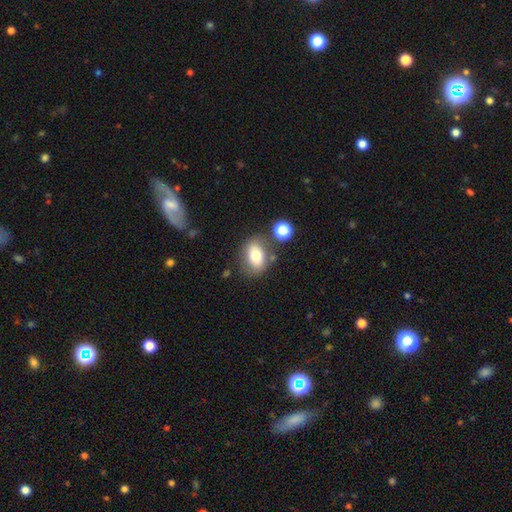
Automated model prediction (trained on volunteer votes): A smooth galaxy with no disk features (72%) that is in between round and cigar-shaped (74%).

Vote fractions:
- Smooth or featured? smooth: 72% / featured or disk: 18% / star or artifact: 10%
- How rounded? in between: 74% / round: 24% / cigar-shaped: 2%
- Merging? none: 68% / minor disturbance: 16% / merger: 10% / major disturbance: 6%